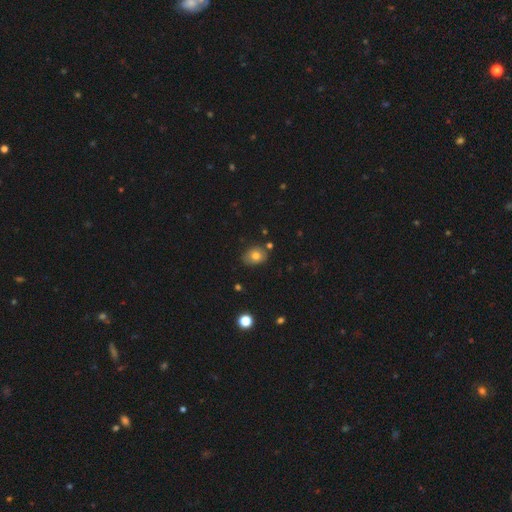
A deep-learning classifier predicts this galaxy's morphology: smooth_or_featured: smooth (p=0.75) [alt: featured or disk p=0.14]
how_rounded: in between (p=0.59) [alt: round p=0.40]
merging: none (p=0.76) [alt: minor disturbance p=0.17]